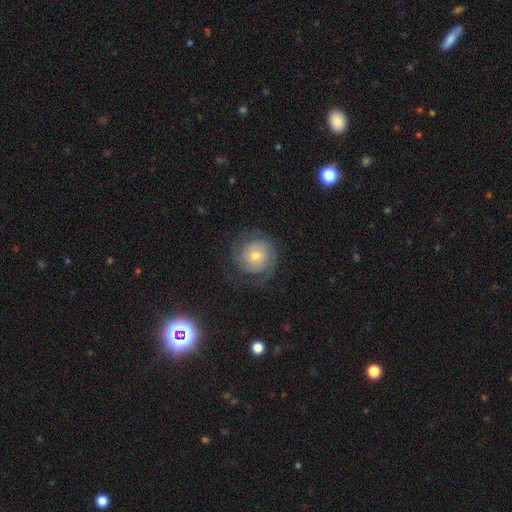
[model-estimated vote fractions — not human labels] This appears to be a featured or disk galaxy (73%) with no bar (71%), 2 (55%) tight (58%) spiral arms (93%) and a moderate central bulge (48%). Merging: none (71%).